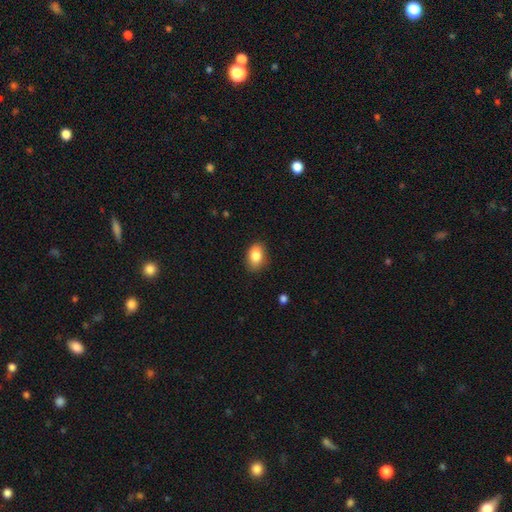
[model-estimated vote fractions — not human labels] Smooth or featured? smooth (85%)
How rounded? in between (83%)
Merging? none (85%)